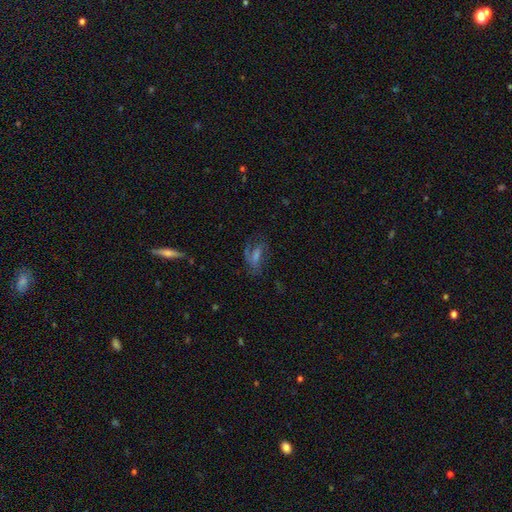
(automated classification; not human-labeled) This is possibly a featured or disk galaxy (60%). It is clearly not viewed edge-on (88%). Bar: marginally weak (43%). Spiral arm pattern: clearly yes (82%). Central bulge: marginally small (32%, tied with moderate). Merging: likely none (62%).